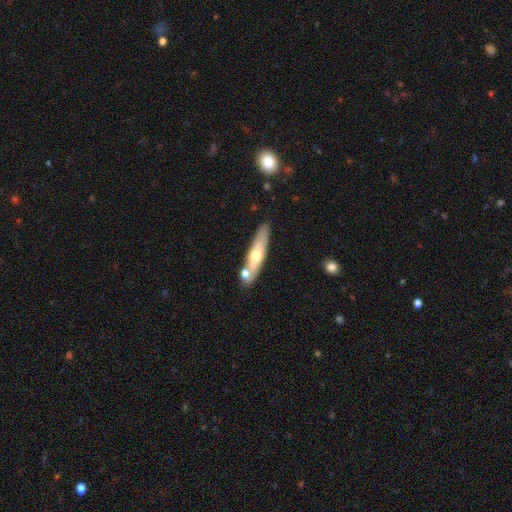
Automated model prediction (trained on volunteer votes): smooth 50%, featured or disk 44%, star or artifact 6%. Down the decision tree: how rounded — cigar-shaped (80%); merging — none (69%).